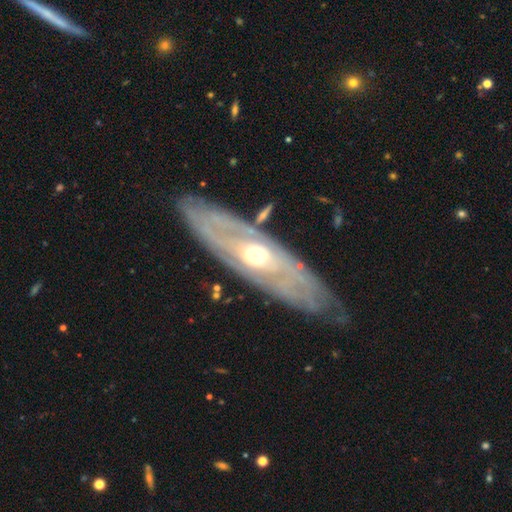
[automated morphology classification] Smooth or featured?
  - featured or disk: 80% *
  - smooth: 15%
  - star or artifact: 5%
Edge-on disk?
  - no: 71% *
  - yes: 29%
Bar?
  - no: 77% *
  - weak: 17%
  - strong: 6%
Spiral arms?
  - yes: 59% *
  - no: 41%
Bulge size?
  - moderate: 71% *
  - small: 19%
  - large: 8%
  - dominant: 1%
  - none: 1%
Merging?
  - none: 79% *
  - minor disturbance: 14%
  - major disturbance: 4%
  - merger: 3%